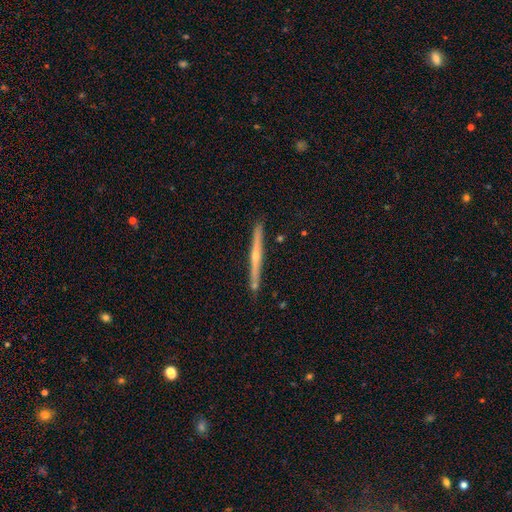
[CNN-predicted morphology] smooth-or-featured: featured or disk: 74% | smooth: 20% | star or artifact: 6%
  disk-edge-on: yes: 98% | no: 2%
    edge-on-bulge: rounded: 76% | none: 21% | boxy: 3%
  merging: none: 87% | minor disturbance: 8% | merger: 3% | major disturbance: 1%